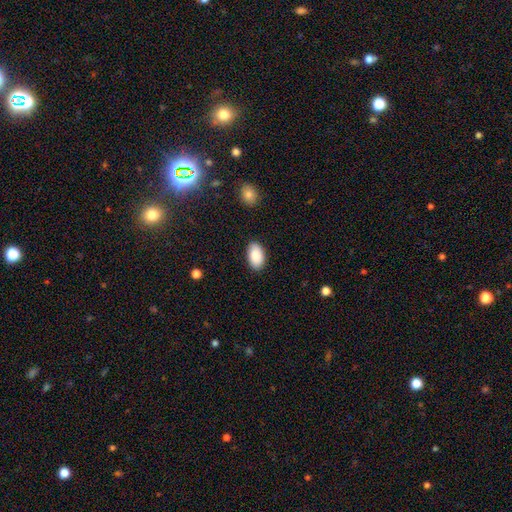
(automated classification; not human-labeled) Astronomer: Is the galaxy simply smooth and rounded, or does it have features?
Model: smooth — 90%.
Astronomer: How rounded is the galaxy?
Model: in between — 95%.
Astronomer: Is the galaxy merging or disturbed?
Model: none — 87%.